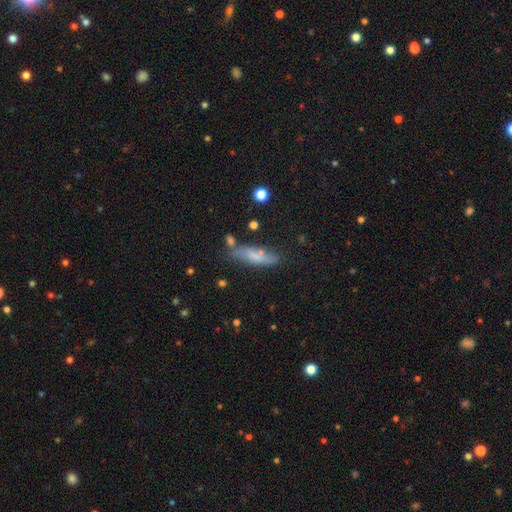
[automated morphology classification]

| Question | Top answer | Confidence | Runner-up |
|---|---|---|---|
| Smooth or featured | smooth | 63% | featured or disk (28%) |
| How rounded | cigar-shaped | 64% | in between (34%) |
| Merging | none | 67% | minor disturbance (19%) |